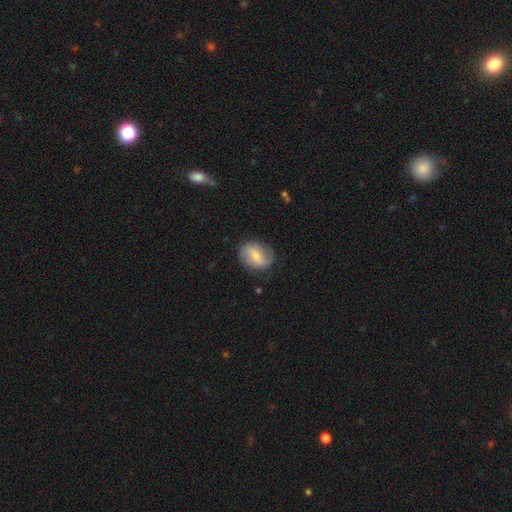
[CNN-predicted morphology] The model was most divided on "smooth or featured": featured or disk: 50%, smooth: 43%, star or artifact: 7%. More confident: edge-on disk — no (95%); merging — none (75%).